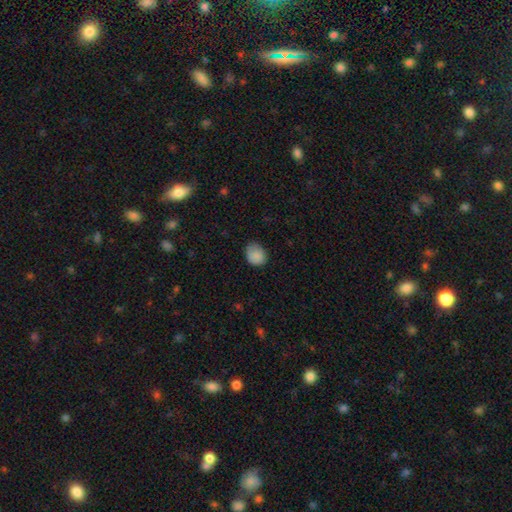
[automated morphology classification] The model was most divided on "how rounded": round: 54%, in between: 45%, cigar-shaped: 1%. More confident: smooth or featured — smooth (86%); merging — none (66%).